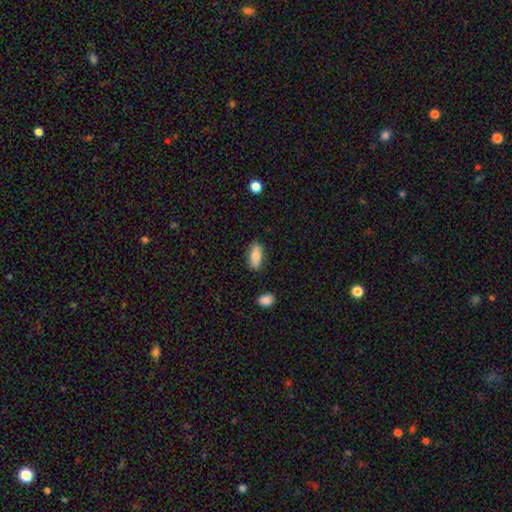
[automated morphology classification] Smooth or featured?
  - smooth: 78% *
  - featured or disk: 15%
  - star or artifact: 7%
How rounded?
  - in between: 80% *
  - cigar-shaped: 16%
  - round: 3%
Merging?
  - none: 82% *
  - minor disturbance: 13%
  - major disturbance: 3%
  - merger: 2%